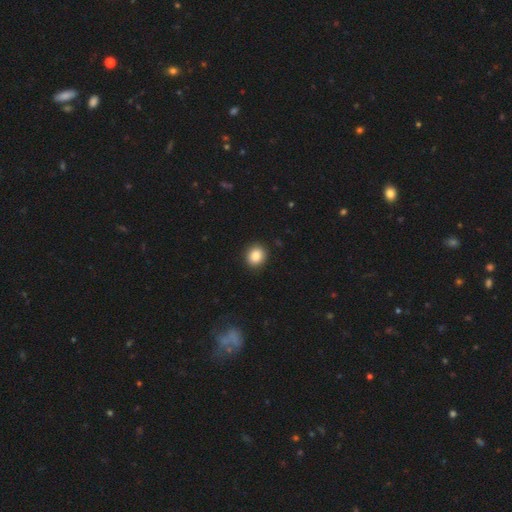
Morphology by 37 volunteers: Overall: smooth (84%). How rounded: round (77%). Merging: none (82%).